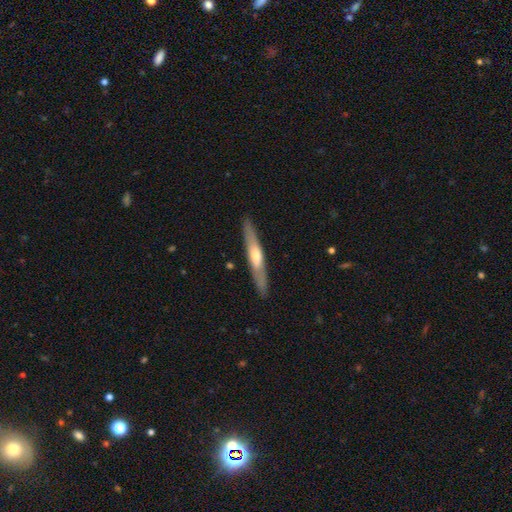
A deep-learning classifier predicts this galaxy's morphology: Smooth or featured? featured or disk (58%)
Edge-on disk? yes (91%)
Edge-on bulge? rounded (75%)
Merging? none (89%)